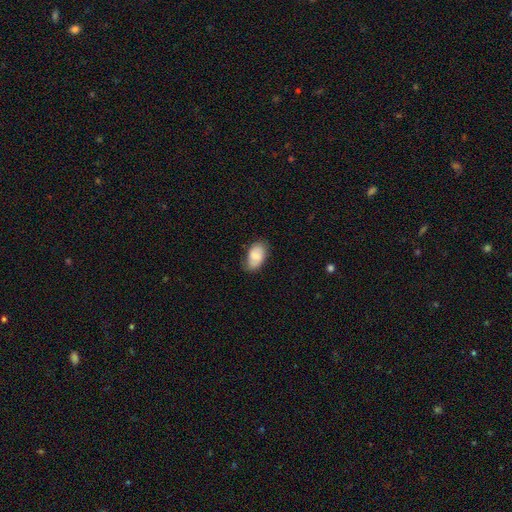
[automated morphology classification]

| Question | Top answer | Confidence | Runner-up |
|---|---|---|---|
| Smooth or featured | smooth | 68% | featured or disk (25%) |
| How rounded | in between | 92% | round (7%) |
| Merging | none | 68% | minor disturbance (25%) |